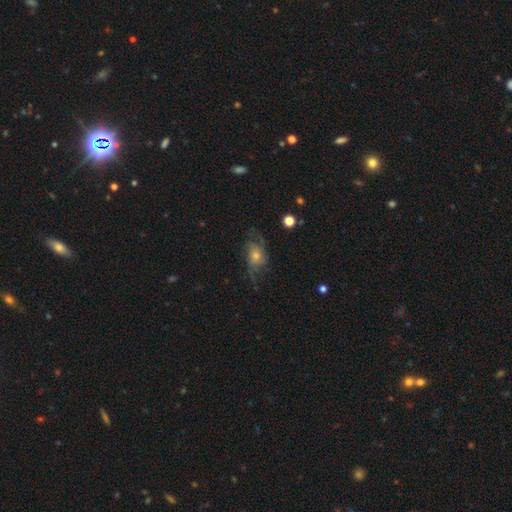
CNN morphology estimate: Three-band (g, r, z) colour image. It shows a featured or disk galaxy (66%) with no bar (76%), 2 (36%) loose (41%) spiral arms (85%) and a moderate central bulge (50%). Merging: none (60%).